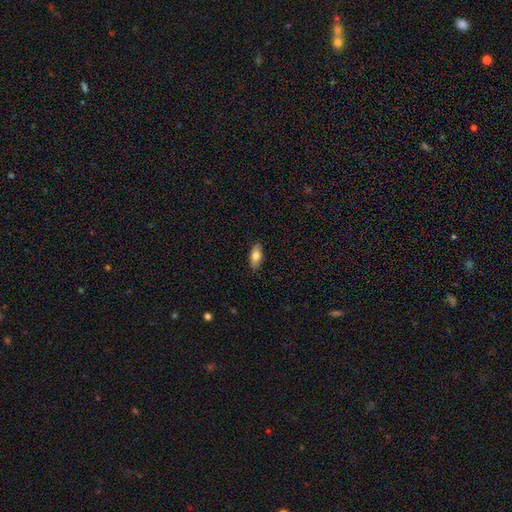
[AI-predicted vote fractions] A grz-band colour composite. It shows a smooth galaxy with no disk features (80%) that is in between round and cigar-shaped (84%). Merging: none (87%).